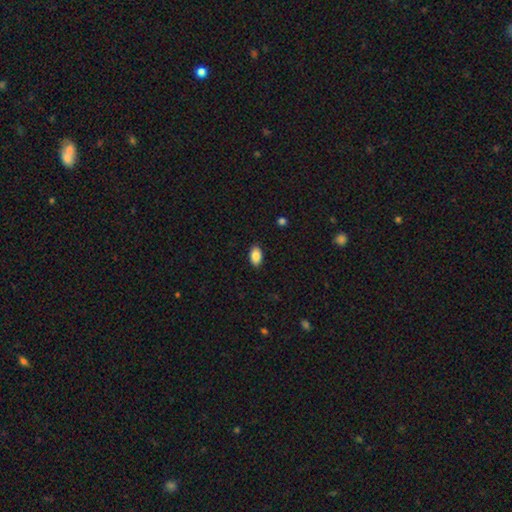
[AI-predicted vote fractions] Q: Smooth or featured?
A: smooth (87%); runner-up: star or artifact (7%)
Q: How rounded?
A: in between (92%); runner-up: round (6%)
Q: Merging?
A: none (88%); runner-up: minor disturbance (9%)